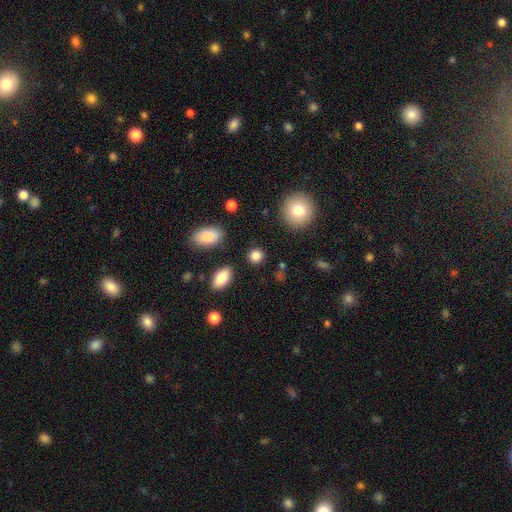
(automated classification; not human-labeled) A smooth galaxy with no disk features (85%) that is round (81%).

Vote fractions:
- Smooth or featured? smooth: 85% / star or artifact: 10% / featured or disk: 5%
- How rounded? round: 81% / in between: 17% / cigar-shaped: 2%
- Merging? none: 87% / minor disturbance: 8% / merger: 3% / major disturbance: 3%